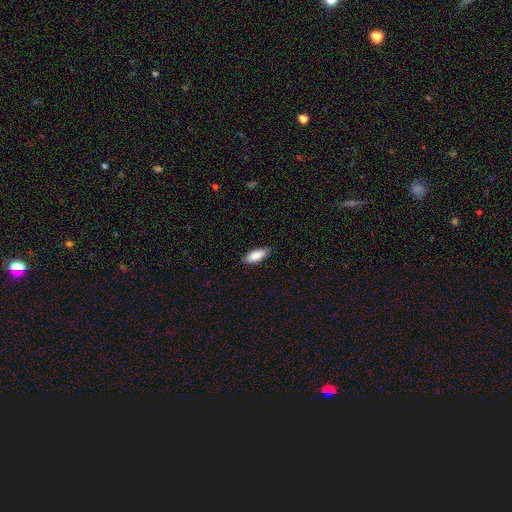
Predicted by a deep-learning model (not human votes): Smooth or featured?
  - smooth: 88% *
  - featured or disk: 6%
  - star or artifact: 6%
How rounded?
  - in between: 78% *
  - cigar-shaped: 21%
  - round: 2%
Merging?
  - none: 85% *
  - minor disturbance: 12%
  - major disturbance: 2%
  - merger: 1%